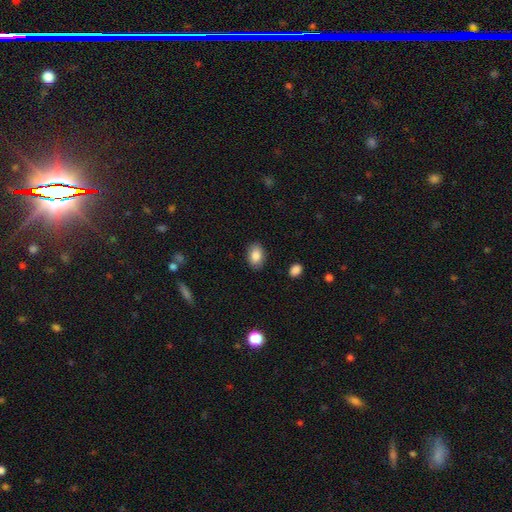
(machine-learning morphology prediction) This appears to be a smooth galaxy with no disk features (85%) that is in between round and cigar-shaped (83%). Merging: none (87%).